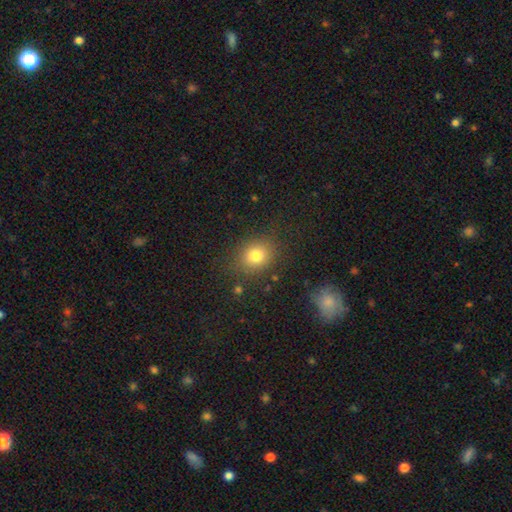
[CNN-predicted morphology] A smooth galaxy with no disk features (79%) that is round (62%). Merging: none (84%).